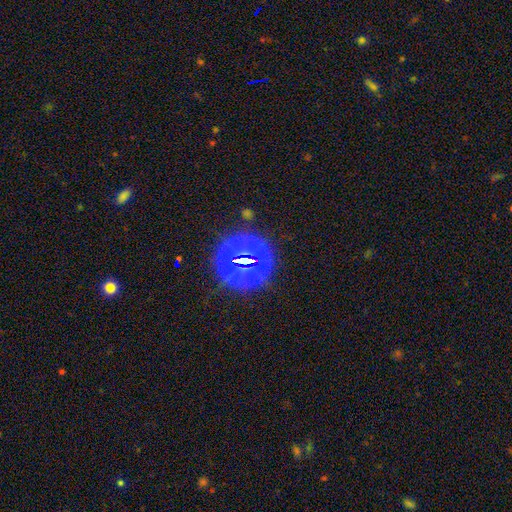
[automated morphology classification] Smooth or featured? Predicted: star or artifact (p=0.80).